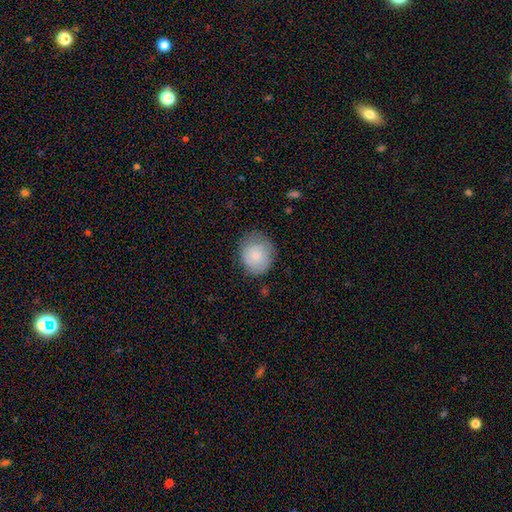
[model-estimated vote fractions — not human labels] Morphology: type=smooth (80%); roundness=round (79%); merging=none (65%).